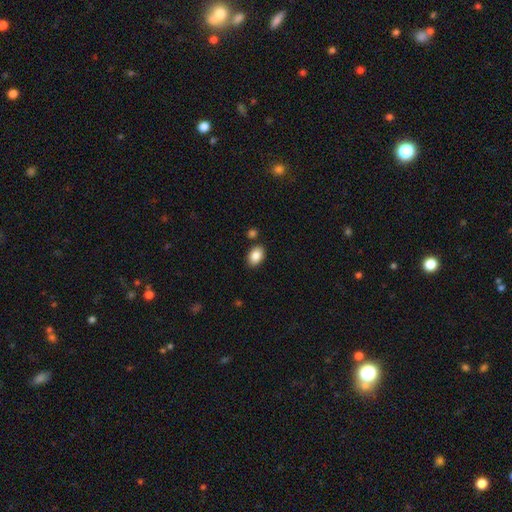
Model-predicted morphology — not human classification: Overall: smooth (86%). How rounded: in between (86%). Merging: none (84%).